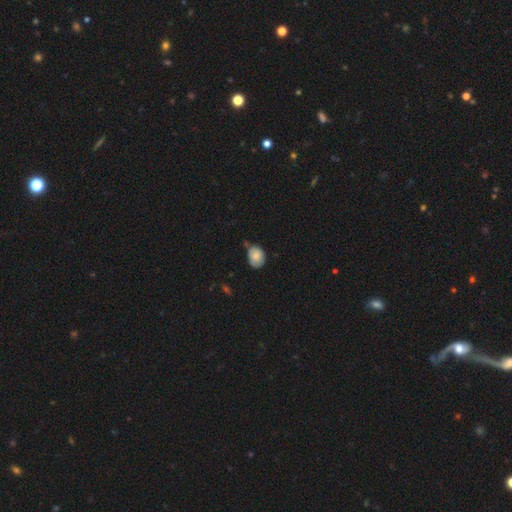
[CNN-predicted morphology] This is likely a smooth galaxy (80%). How rounded: possibly in between (59%). Merging: possibly none (53%).